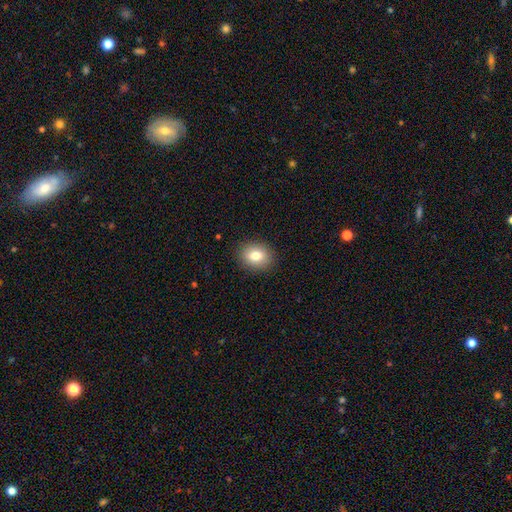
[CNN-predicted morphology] smooth 80%, featured or disk 10%, star or artifact 9%. Down the decision tree: how rounded — in between (50%); merging — none (90%).